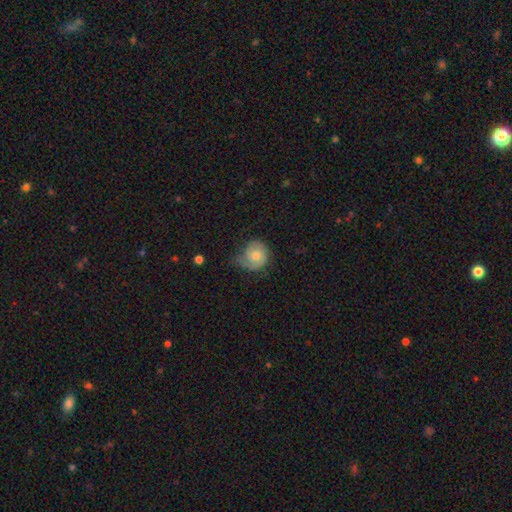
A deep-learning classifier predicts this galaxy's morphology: A featured or disk galaxy (51%).

Vote fractions:
- Smooth or featured? featured or disk: 51% / smooth: 42% / star or artifact: 7%
- Edge-on disk? no: 97% / yes: 3%
- Merging? none: 49% / minor disturbance: 33% / major disturbance: 17% / merger: 2%